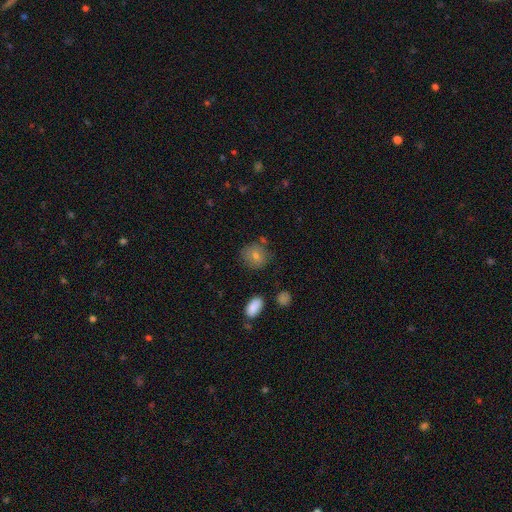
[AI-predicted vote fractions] Morphology: type=smooth (69%); roundness=round (81%); merging=none (76%).